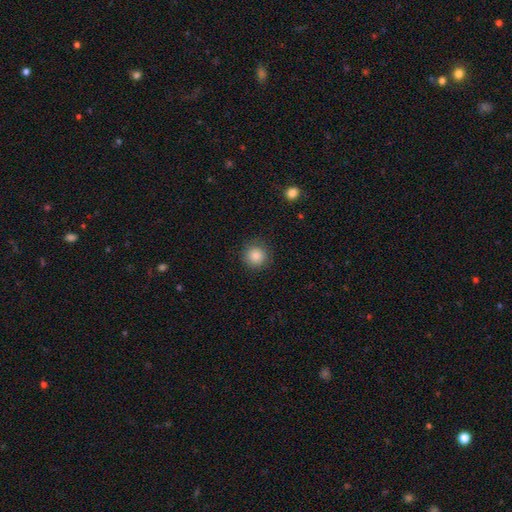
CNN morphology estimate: type=smooth (85%); roundness=round (94%); merging=none (88%).